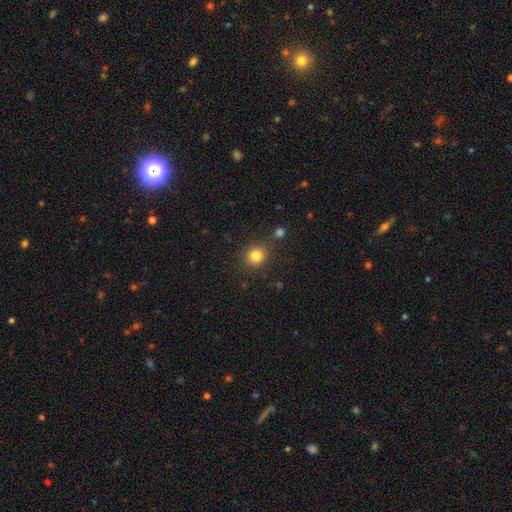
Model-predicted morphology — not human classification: Smooth or featured? smooth (83%)
How rounded? round (86%)
Merging? none (83%)